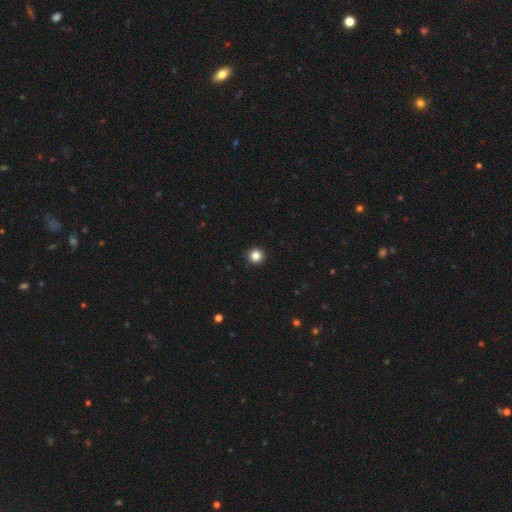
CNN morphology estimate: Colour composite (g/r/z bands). It shows a smooth galaxy with no disk features (84%) that is round (96%). Merging: none (94%).